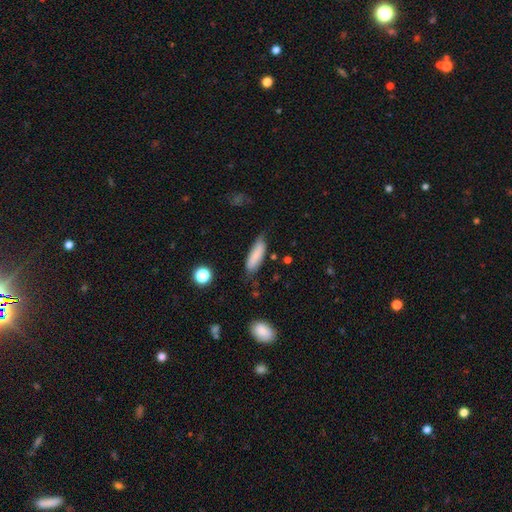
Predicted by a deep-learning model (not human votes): Smooth or featured? smooth (81%)
How rounded? in between (50%)
Merging? none (64%)